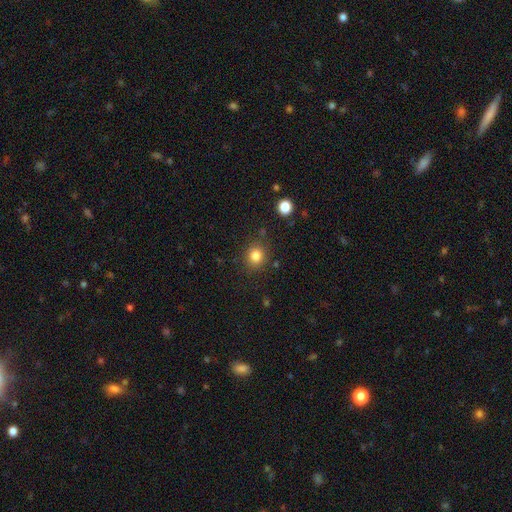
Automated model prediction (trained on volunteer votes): The model was most divided on "how rounded": round: 80%, in between: 19%, cigar-shaped: 1%. More confident: merging — none (85%); smooth or featured — smooth (83%).